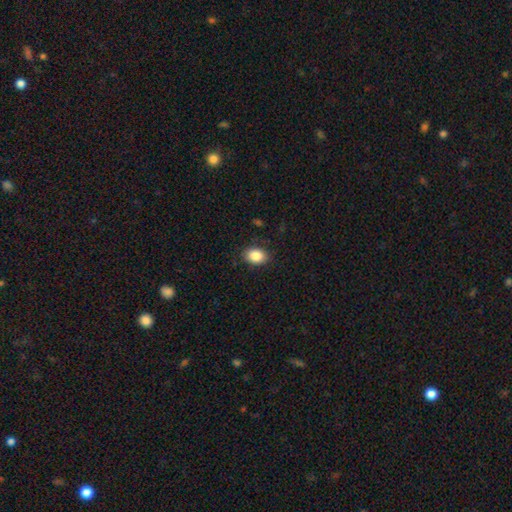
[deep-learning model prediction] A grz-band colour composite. It shows a smooth galaxy with no disk features (87%) that is in between round and cigar-shaped (73%). Merging: none (84%).